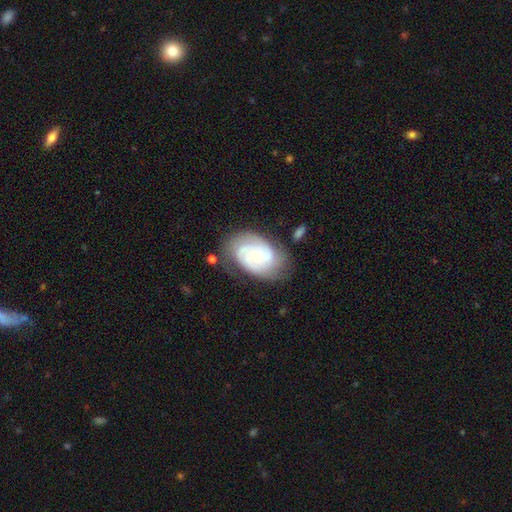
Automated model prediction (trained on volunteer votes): A featured or disk galaxy (82%) with no bar (66%), 2 (53%) tight (62%) spiral arms (93%) and a small central bulge (55%).

Vote fractions:
- Smooth or featured? featured or disk: 82% / smooth: 13% / star or artifact: 5%
- Edge-on disk? no: 97% / yes: 3%
- Bar? no: 66% / weak: 28% / strong: 6%
- Spiral arms? yes: 93% / no: 7%
- Spiral winding? tight: 62% / medium: 31% / loose: 8%
- Spiral arm count? 2: 53% / can't tell: 21% / 3: 17% / 1: 4% / 4: 3% / more than 4: 3%
- Bulge size? small: 55% / moderate: 42% / large: 2% / none: 1% / dominant: 1%
- Merging? none: 70% / minor disturbance: 20% / major disturbance: 7% / merger: 3%